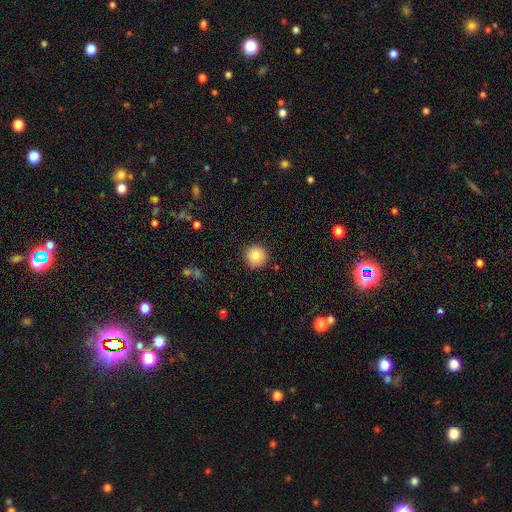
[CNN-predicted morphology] A smooth galaxy with no disk features (84%) that is round (95%).

Vote fractions:
- Smooth or featured? smooth: 84% / star or artifact: 9% / featured or disk: 7%
- How rounded? round: 95% / in between: 4% / cigar-shaped: 1%
- Merging? none: 90% / minor disturbance: 7% / major disturbance: 2% / merger: 1%